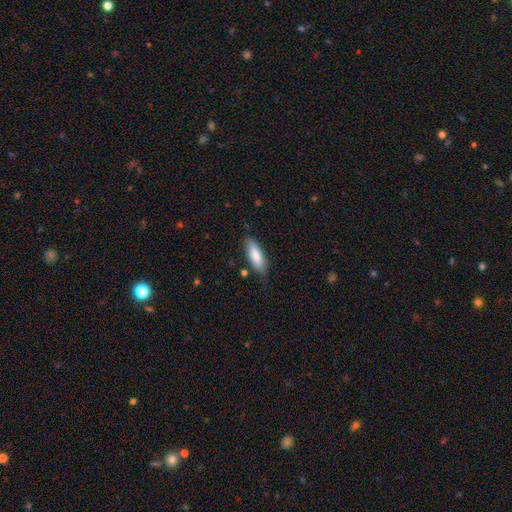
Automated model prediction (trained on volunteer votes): A smooth galaxy with no disk features (83%) that is in between round and cigar-shaped (62%). Merging: none (79%).